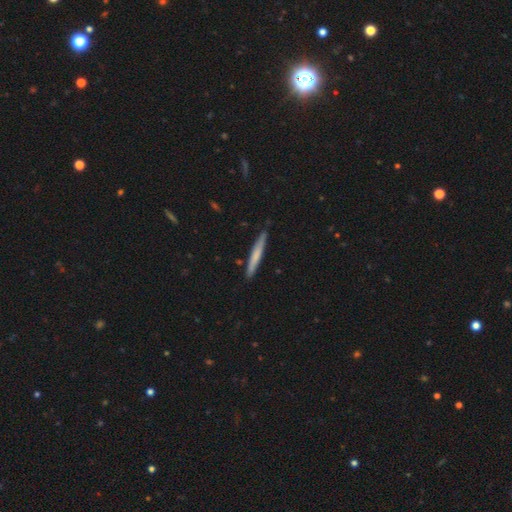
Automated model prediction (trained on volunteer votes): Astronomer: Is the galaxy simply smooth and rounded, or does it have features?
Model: smooth — 64%.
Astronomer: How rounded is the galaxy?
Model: cigar-shaped — 96%.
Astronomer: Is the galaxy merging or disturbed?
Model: none — 87%.